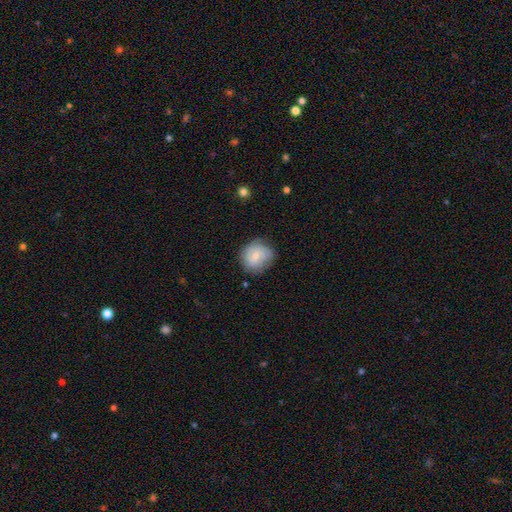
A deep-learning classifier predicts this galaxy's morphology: Smooth or featured? smooth (54%)
How rounded? round (82%)
Merging? none (70%)